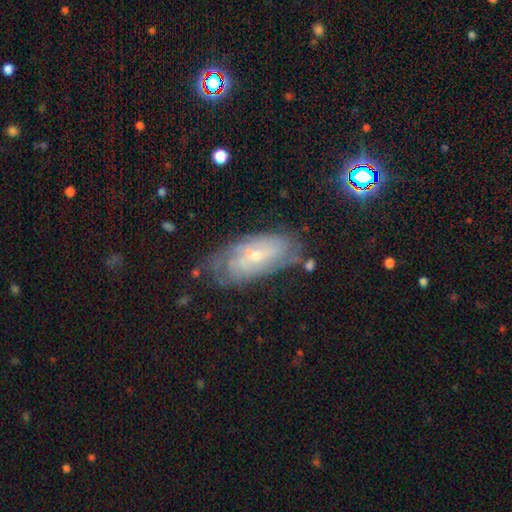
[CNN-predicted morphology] A featured or disk galaxy (69%) with no bar (52%), tight (62%) spiral arms (84%) and a small central bulge (68%).

Vote fractions:
- Smooth or featured? featured or disk: 69% / smooth: 22% / star or artifact: 9%
- Edge-on disk? no: 90% / yes: 10%
- Bar? no: 52% / weak: 40% / strong: 9%
- Spiral arms? yes: 84% / no: 16%
- Spiral winding? tight: 62% / medium: 28% / loose: 10%
- Spiral arm count? can't tell: 60% / 2: 16% / 3: 9% / 4: 7% / more than 4: 4% / 1: 4%
- Bulge size? small: 68% / moderate: 26% / none: 3% / large: 1% / dominant: 1%
- Merging? none: 66% / minor disturbance: 23% / major disturbance: 7% / merger: 3%